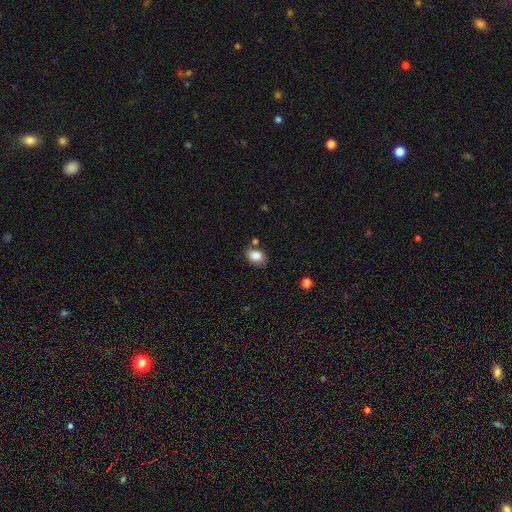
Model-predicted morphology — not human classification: Q: Smooth or featured?
A: smooth (86%); runner-up: star or artifact (8%)
Q: How rounded?
A: in between (77%); runner-up: round (22%)
Q: Merging?
A: none (75%); runner-up: minor disturbance (14%)